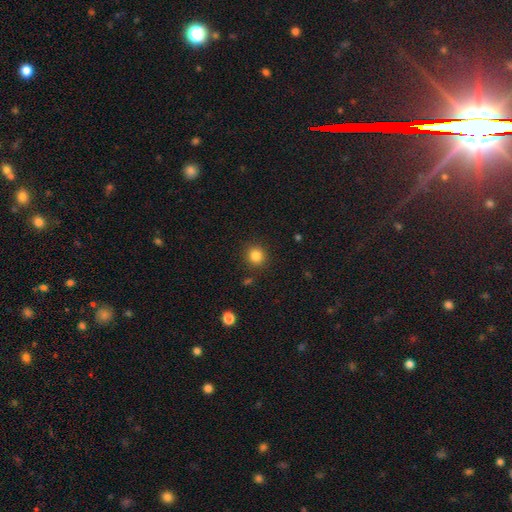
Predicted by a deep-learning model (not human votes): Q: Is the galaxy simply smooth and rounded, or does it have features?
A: smooth — 84%.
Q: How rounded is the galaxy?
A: round — 90%.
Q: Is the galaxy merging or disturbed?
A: none — 89%.